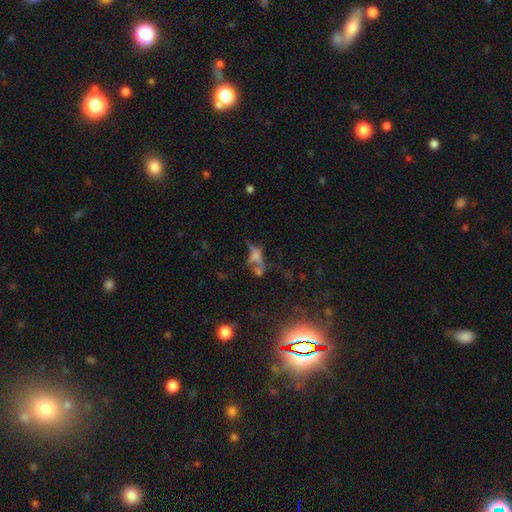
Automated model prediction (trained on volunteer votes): A featured or disk galaxy (38%).

Vote fractions:
- Smooth or featured? featured or disk: 38% / smooth: 36% / star or artifact: 26%
- Merging? none: 33% / merger: 26% / major disturbance: 25% / minor disturbance: 15%